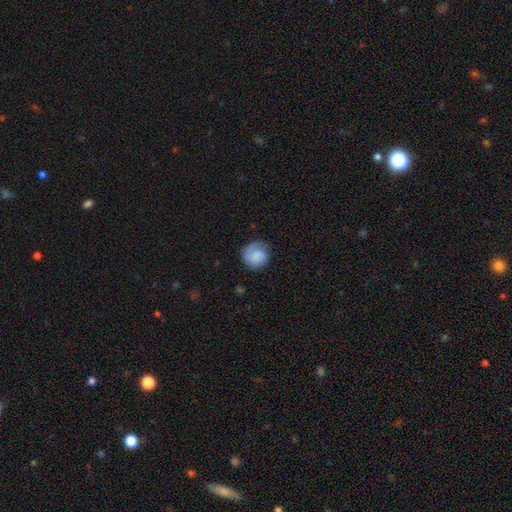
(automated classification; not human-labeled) Q: Smooth or featured?
A: smooth (67%); runner-up: featured or disk (26%)
Q: How rounded?
A: round (86%); runner-up: in between (13%)
Q: Merging?
A: none (68%); runner-up: minor disturbance (21%)